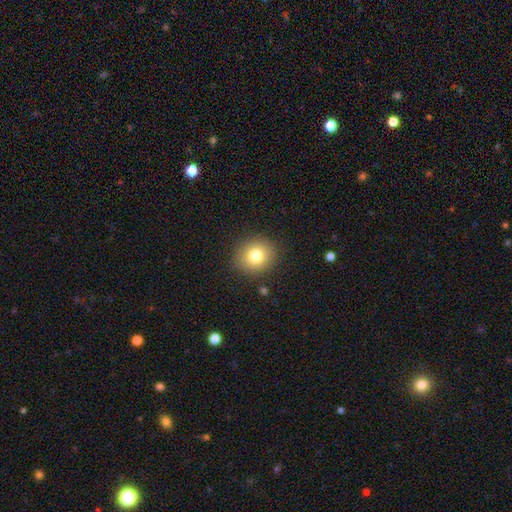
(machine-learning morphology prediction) A smooth galaxy with no disk features (79%) that is round (81%).

Vote fractions:
- Smooth or featured? smooth: 79% / star or artifact: 11% / featured or disk: 10%
- How rounded? round: 81% / in between: 18% / cigar-shaped: 1%
- Merging? none: 87% / minor disturbance: 8% / major disturbance: 3% / merger: 1%